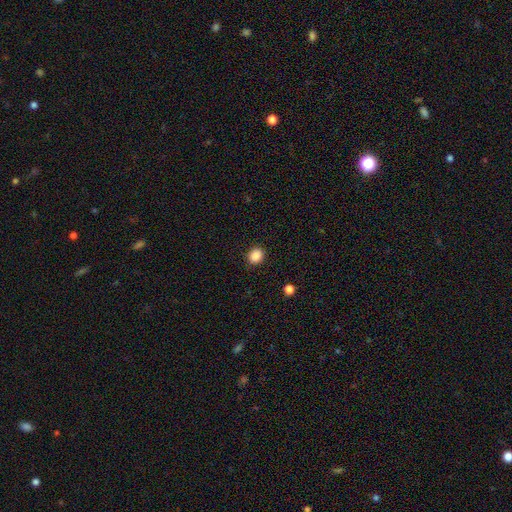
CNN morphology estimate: Overall: smooth (88%). How rounded: round (68%; in between 31%). Merging: none (89%).